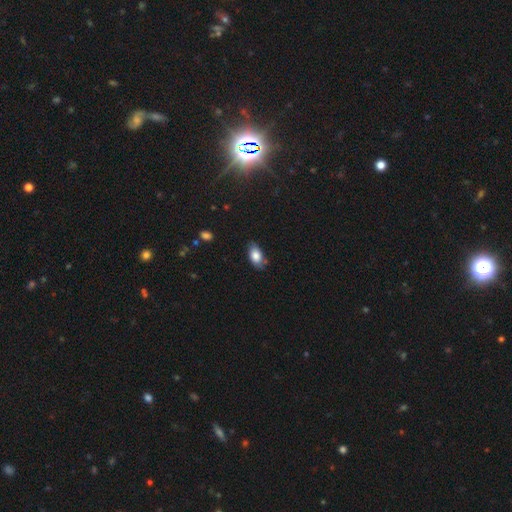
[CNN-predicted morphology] type=smooth (82%); roundness=in between (92%); merging=none (74%).